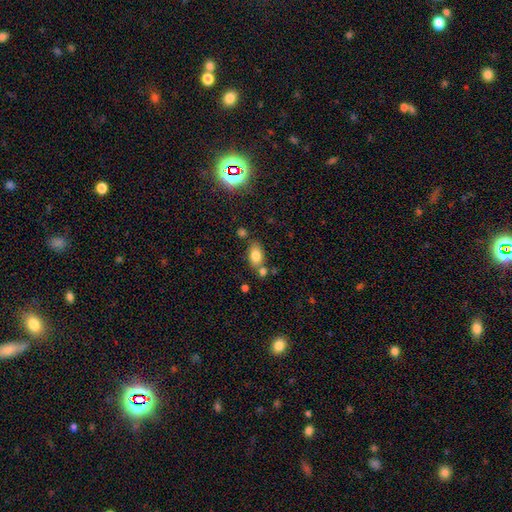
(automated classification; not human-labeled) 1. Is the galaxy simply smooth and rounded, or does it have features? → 81% smooth, 10% star or artifact, 9% featured or disk.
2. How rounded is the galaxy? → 88% in between, 10% round, 3% cigar-shaped.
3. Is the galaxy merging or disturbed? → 64% none, 18% merger, 14% minor disturbance, 4% major disturbance.